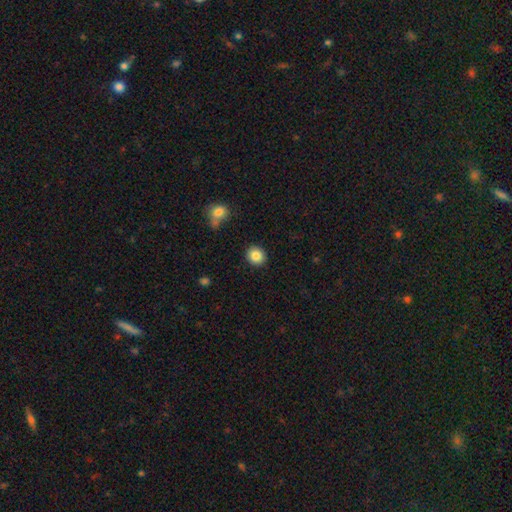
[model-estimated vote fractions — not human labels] Q: Smooth or featured?
A: smooth (86%); runner-up: star or artifact (9%)
Q: How rounded?
A: round (82%); runner-up: in between (17%)
Q: Merging?
A: none (90%); runner-up: minor disturbance (6%)